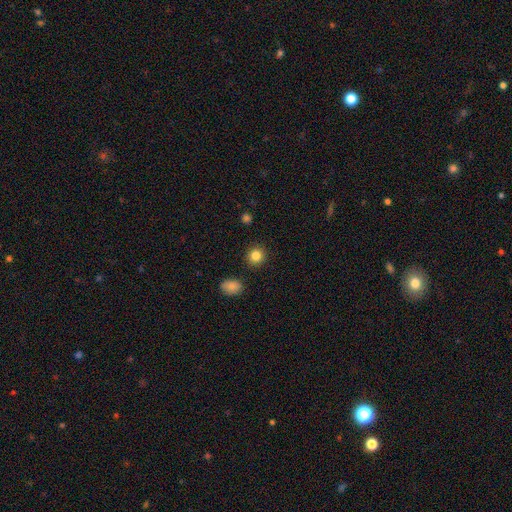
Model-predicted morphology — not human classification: This appears to be a smooth galaxy with no disk features (84%) that is round (90%). Merging: none (91%).